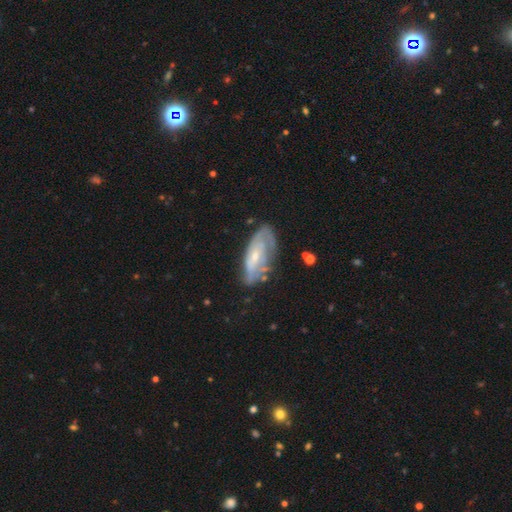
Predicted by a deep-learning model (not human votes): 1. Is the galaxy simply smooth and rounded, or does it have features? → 65% featured or disk, 28% smooth, 7% star or artifact.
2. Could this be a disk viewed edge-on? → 85% no, 15% yes.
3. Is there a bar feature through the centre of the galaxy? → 65% no, 27% weak, 8% strong.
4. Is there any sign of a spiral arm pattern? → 68% yes, 32% no.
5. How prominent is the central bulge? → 67% small, 28% moderate, 3% none, 1% large, 1% dominant.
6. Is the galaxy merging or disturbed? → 63% none, 25% minor disturbance, 9% major disturbance, 3% merger.